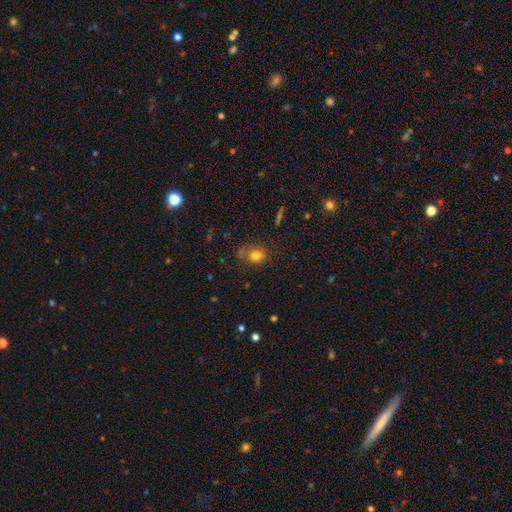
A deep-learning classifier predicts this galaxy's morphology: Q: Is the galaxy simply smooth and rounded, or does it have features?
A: smooth — 79%.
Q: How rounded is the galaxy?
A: round — 71%.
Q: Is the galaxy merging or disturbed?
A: none — 71%.